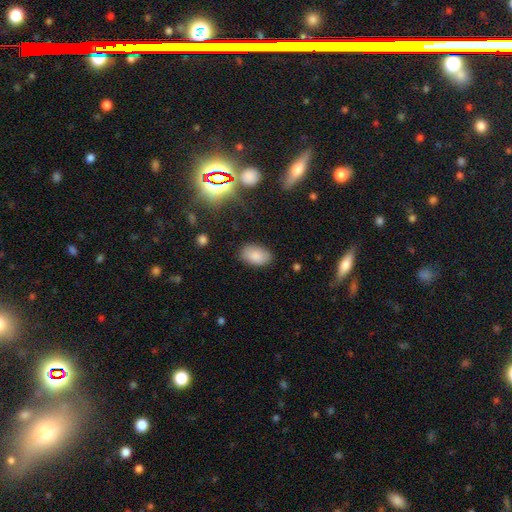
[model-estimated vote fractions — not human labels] A smooth galaxy with no disk features (85%) that is in between round and cigar-shaped (93%). Merging: none (84%).